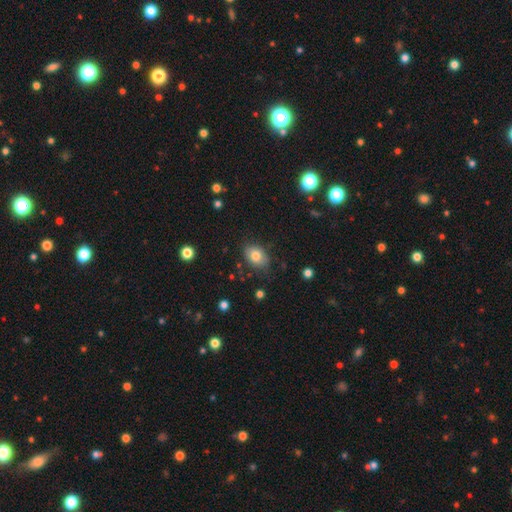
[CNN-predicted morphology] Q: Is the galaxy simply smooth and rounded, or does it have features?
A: smooth — 79%.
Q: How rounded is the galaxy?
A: in between — 73%.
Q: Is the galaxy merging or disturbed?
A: none — 77%.